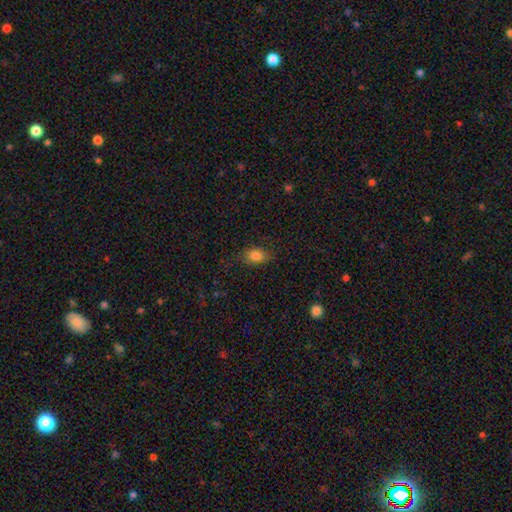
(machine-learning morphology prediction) A smooth galaxy with no disk features (80%) that is in between round and cigar-shaped (75%). Merging: none (77%).